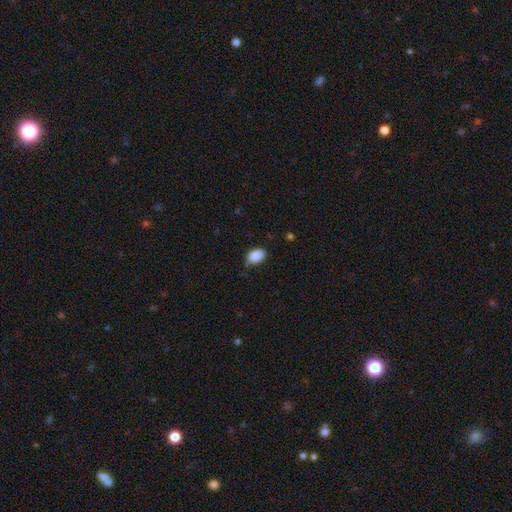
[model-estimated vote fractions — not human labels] A smooth galaxy with no disk features (90%) that is in between round and cigar-shaped (86%).

Vote fractions:
- Smooth or featured? smooth: 90% / star or artifact: 7% / featured or disk: 3%
- How rounded? in between: 86% / round: 13% / cigar-shaped: 1%
- Merging? none: 81% / minor disturbance: 14% / major disturbance: 3% / merger: 2%